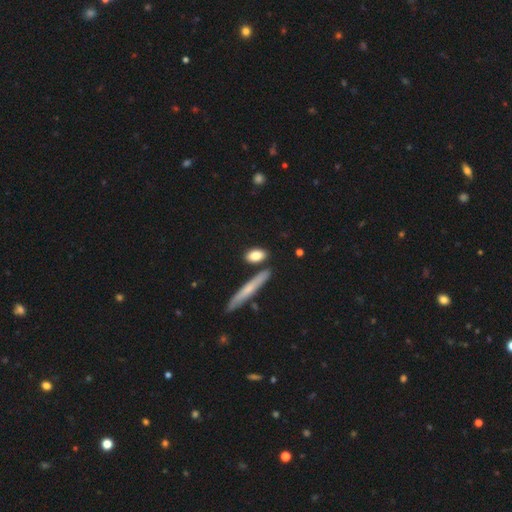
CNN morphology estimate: The model was most divided on "how rounded": in between: 71%, cigar-shaped: 20%, round: 9%. More confident: smooth or featured — smooth (82%); merging — none (76%).